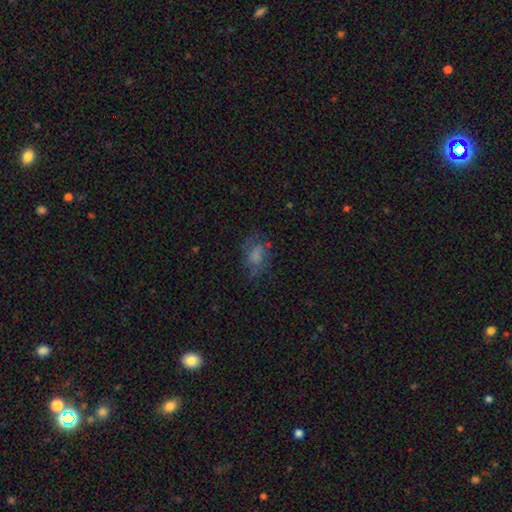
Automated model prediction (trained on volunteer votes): Overall: smooth (60%; featured or disk 27%). How rounded: in between (79%). Merging: none (57%; minor disturbance 23%).